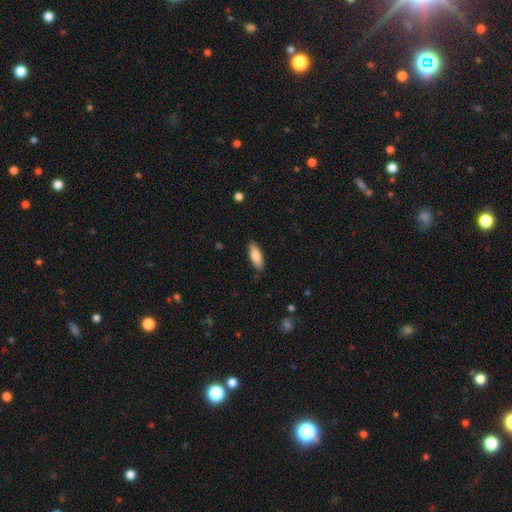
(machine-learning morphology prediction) Smooth or featured: smooth — 83% (featured or disk — 11%)
How rounded: in between — 68% (cigar-shaped — 30%)
Merging: none — 86% (minor disturbance — 11%)